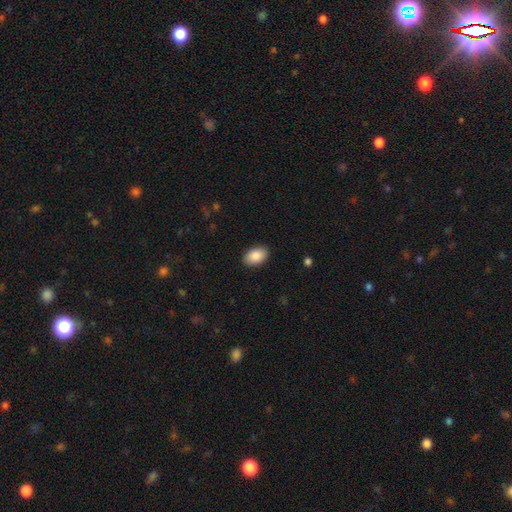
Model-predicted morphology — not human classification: smooth-or-featured: smooth: 89% | star or artifact: 6% | featured or disk: 5%
  how-rounded: in between: 91% | round: 8% | cigar-shaped: 1%
  merging: none: 89% | minor disturbance: 8% | major disturbance: 2% | merger: 1%